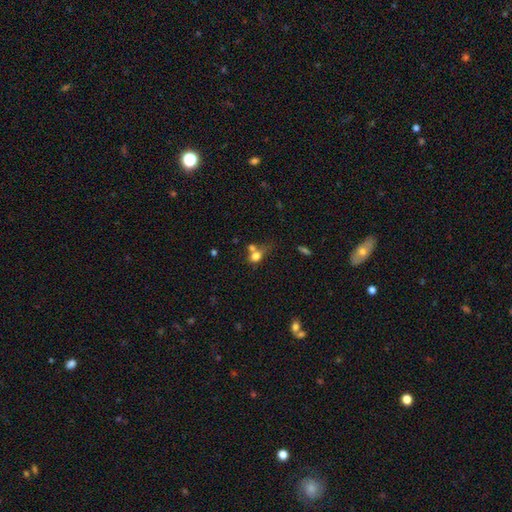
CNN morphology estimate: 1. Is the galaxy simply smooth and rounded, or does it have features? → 72% smooth, 15% featured or disk, 12% star or artifact.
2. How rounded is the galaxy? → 56% round, 40% in between, 3% cigar-shaped.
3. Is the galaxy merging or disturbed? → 47% merger, 30% none, 13% minor disturbance, 10% major disturbance.